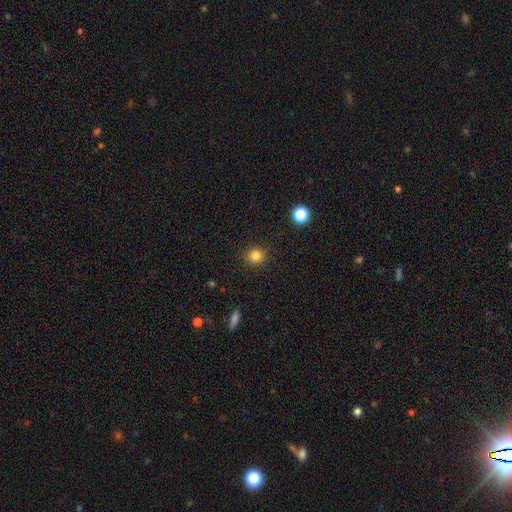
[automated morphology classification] Smooth or featured? smooth (83%)
How rounded? round (89%)
Merging? none (91%)